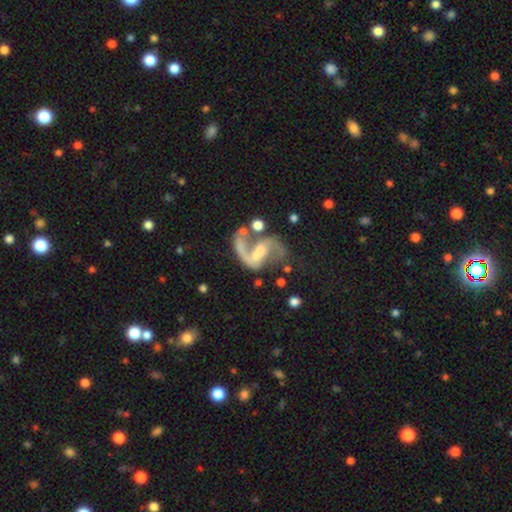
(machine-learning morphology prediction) type=featured or disk (85%); edge-on=no (98%); bar=no (42%); spiral arms=yes (91%); winding=loose (66%); arm count=2 (83%); bulge=small (41%); merging=none (36%).